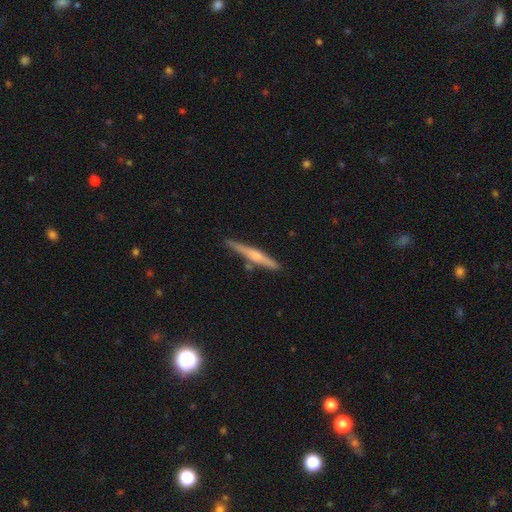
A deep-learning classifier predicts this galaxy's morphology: Smooth or featured?
  - featured or disk: 55% *
  - smooth: 40%
  - star or artifact: 6%
Edge-on disk?
  - yes: 97% *
  - no: 3%
Edge-on bulge?
  - rounded: 63% *
  - none: 26%
  - boxy: 11%
Merging?
  - none: 81% *
  - minor disturbance: 13%
  - merger: 5%
  - major disturbance: 2%